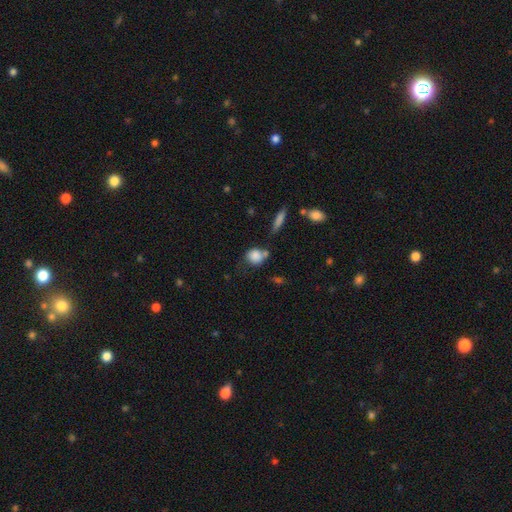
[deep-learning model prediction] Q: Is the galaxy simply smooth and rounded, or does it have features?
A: smooth — 83%.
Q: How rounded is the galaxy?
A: round — 77%.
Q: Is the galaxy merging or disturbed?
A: none — 53%.